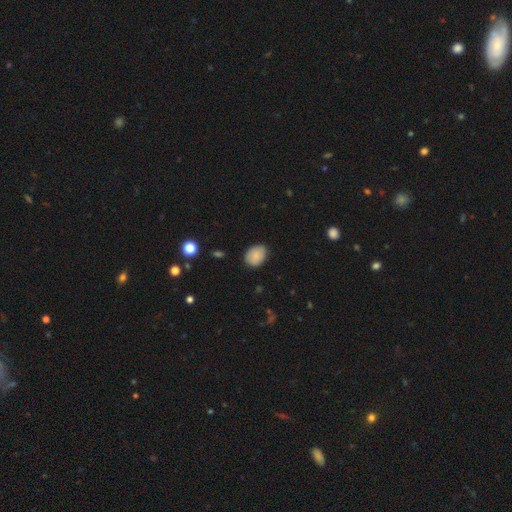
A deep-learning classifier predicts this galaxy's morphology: A smooth galaxy with no disk features (85%) that is in between round and cigar-shaped (62%).

Vote fractions:
- Smooth or featured? smooth: 85% / star or artifact: 8% / featured or disk: 7%
- How rounded? in between: 62% / round: 37% / cigar-shaped: 1%
- Merging? none: 80% / minor disturbance: 16% / major disturbance: 3% / merger: 1%